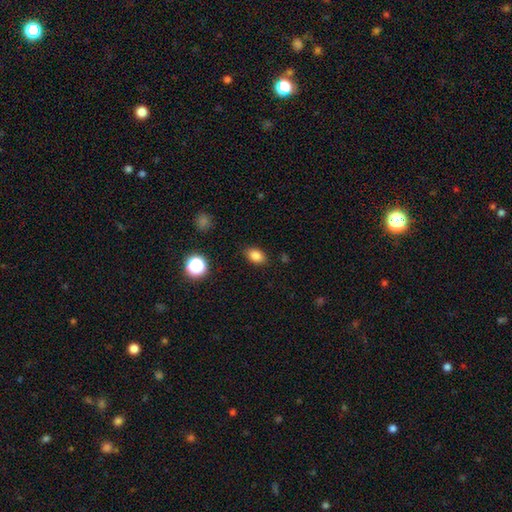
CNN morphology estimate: Smooth or featured?
  - smooth: 83% *
  - star or artifact: 12%
  - featured or disk: 5%
How rounded?
  - in between: 82% *
  - round: 17%
  - cigar-shaped: 1%
Merging?
  - none: 86% *
  - minor disturbance: 10%
  - major disturbance: 3%
  - merger: 1%